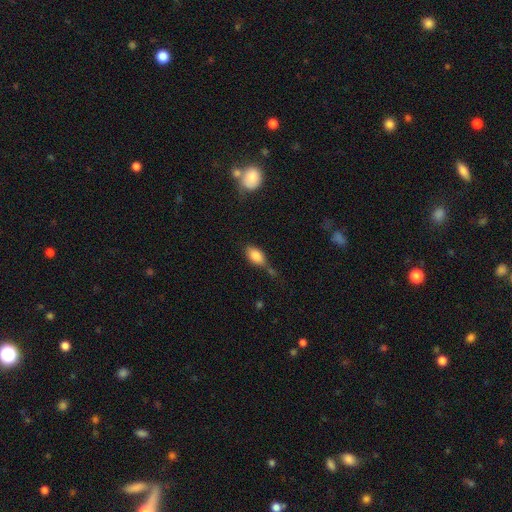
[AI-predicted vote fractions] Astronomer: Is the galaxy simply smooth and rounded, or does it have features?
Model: smooth — 83%.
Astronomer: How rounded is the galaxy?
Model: in between — 89%.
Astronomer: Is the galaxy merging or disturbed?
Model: none — 52%.